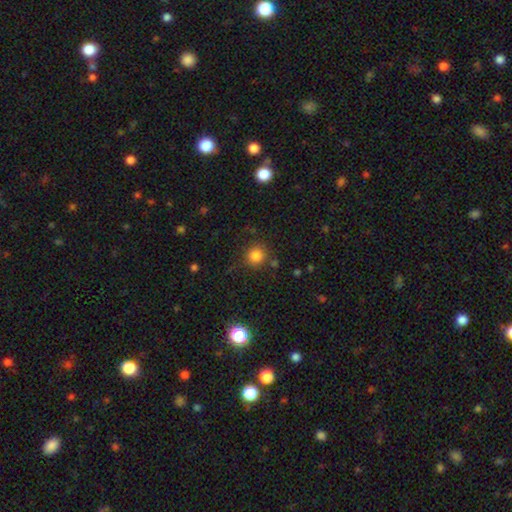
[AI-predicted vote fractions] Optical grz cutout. It shows a smooth galaxy with no disk features (82%) that is round (91%). Merging: none (82%).